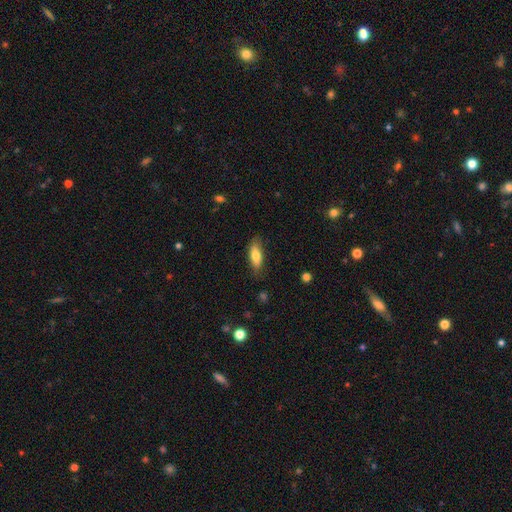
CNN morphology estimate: The model was most divided on "how rounded": in between: 64%, cigar-shaped: 34%, round: 2%. More confident: merging — none (80%); smooth or featured — smooth (74%).